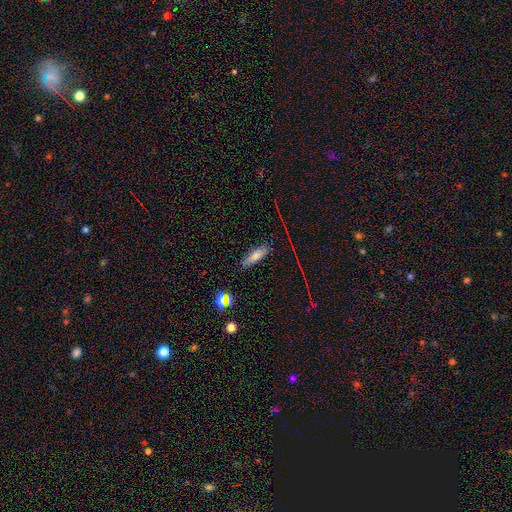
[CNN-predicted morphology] This appears to be a smooth galaxy with no disk features (72%) that is cigar-shaped (52%). Merging: none (83%).